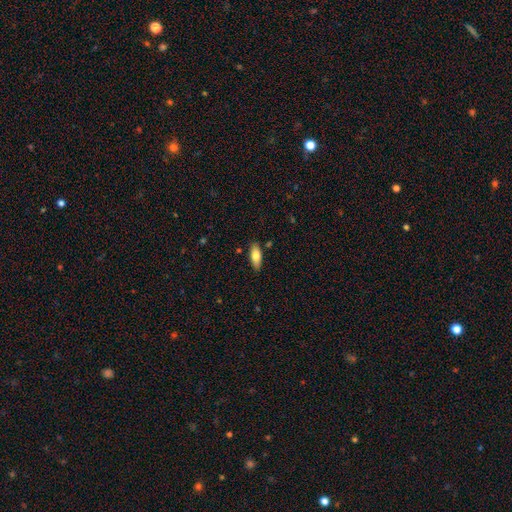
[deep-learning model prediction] Q: Smooth or featured?
A: smooth (78%); runner-up: featured or disk (15%)
Q: How rounded?
A: in between (79%); runner-up: cigar-shaped (19%)
Q: Merging?
A: none (86%); runner-up: minor disturbance (10%)